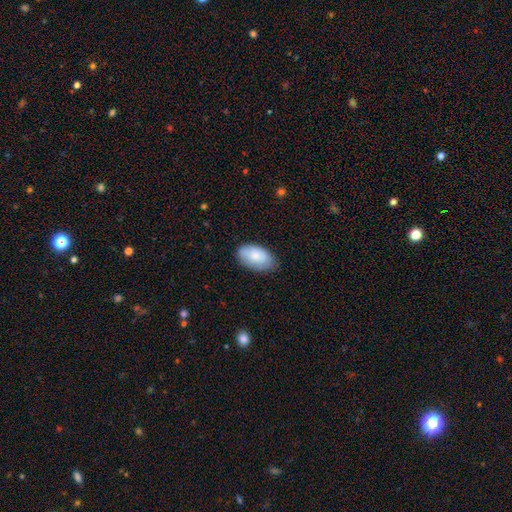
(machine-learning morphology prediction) smooth 80%, featured or disk 14%, star or artifact 6%. Down the decision tree: how rounded — in between (95%); merging — none (75%).